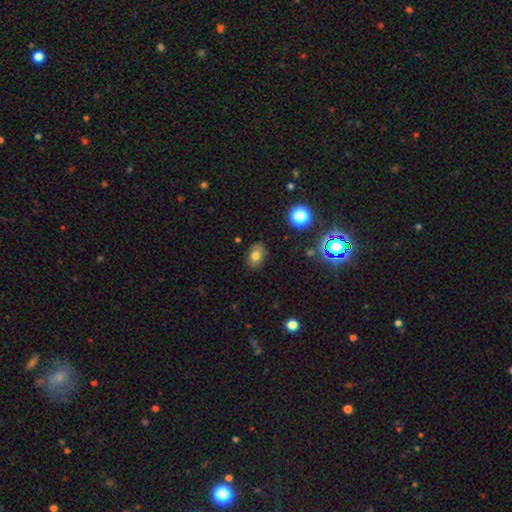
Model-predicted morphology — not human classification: Q: Smooth or featured?
A: smooth (71%); runner-up: star or artifact (15%)
Q: How rounded?
A: in between (71%); runner-up: round (28%)
Q: Merging?
A: none (82%); runner-up: minor disturbance (13%)